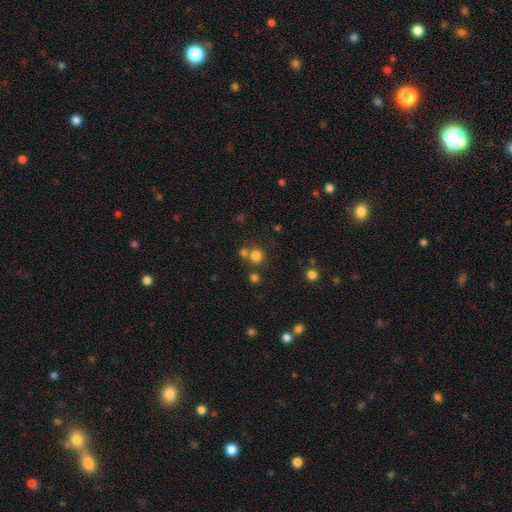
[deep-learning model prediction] Smooth or featured: smooth — 76% (star or artifact — 17%)
How rounded: round — 89% (in between — 10%)
Merging: none — 64% (merger — 26%)